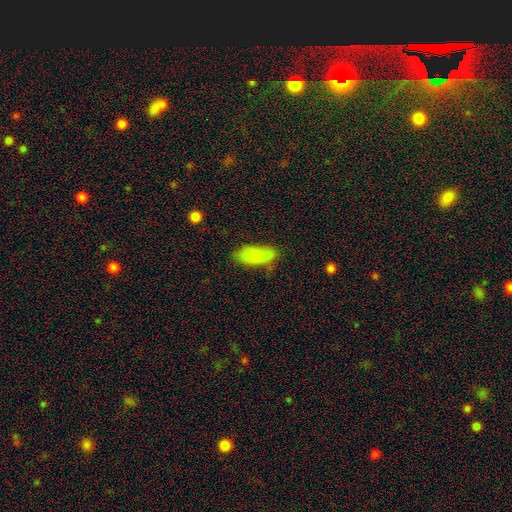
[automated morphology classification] The model was most divided on "merging": none: 60%, minor disturbance: 27%, major disturbance: 8%, merger: 4%. More confident: smooth or featured — smooth (84%); how rounded — in between (80%).